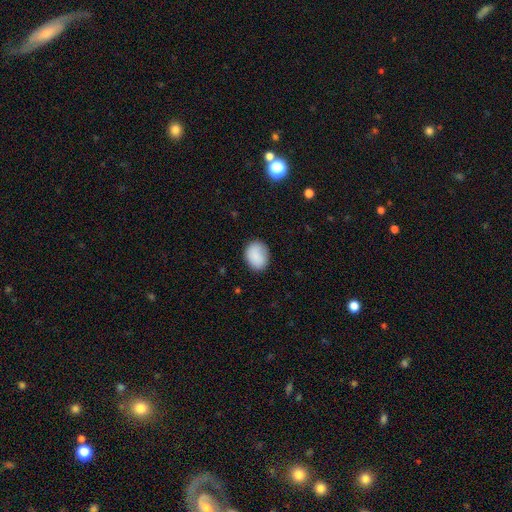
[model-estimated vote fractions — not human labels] Smooth or featured? Predicted: smooth (p=0.87). How rounded? Predicted: in between (p=0.57). Merging? Predicted: none (p=0.80).